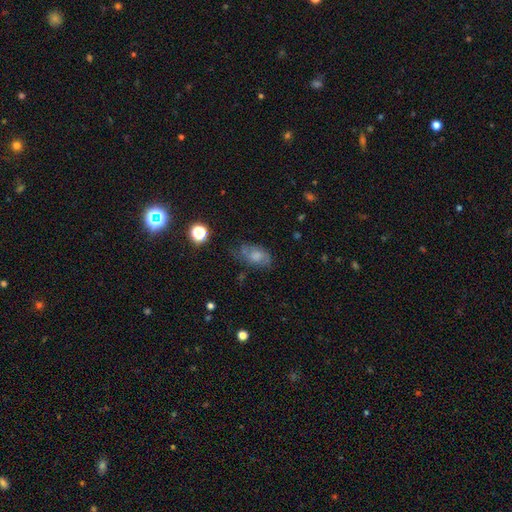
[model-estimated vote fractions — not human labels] Overall: smooth (60%; featured or disk 27%). How rounded: in between (87%). Merging: none (55%; minor disturbance 27%).